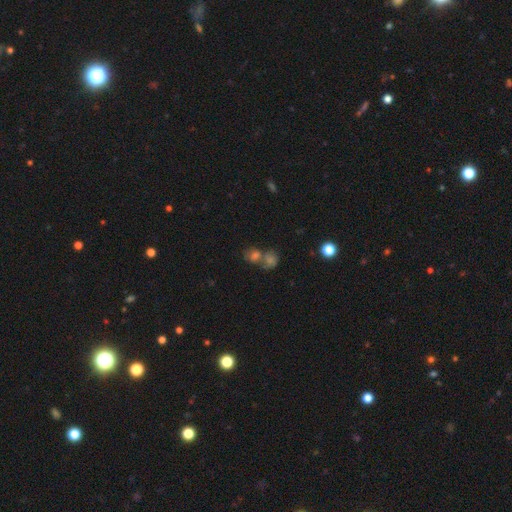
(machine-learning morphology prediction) smooth-or-featured: smooth: 52% | star or artifact: 27% | featured or disk: 21%
  how-rounded: round: 65% | in between: 33% | cigar-shaped: 2%
  merging: merger: 50% | none: 36% | minor disturbance: 8% | major disturbance: 5%